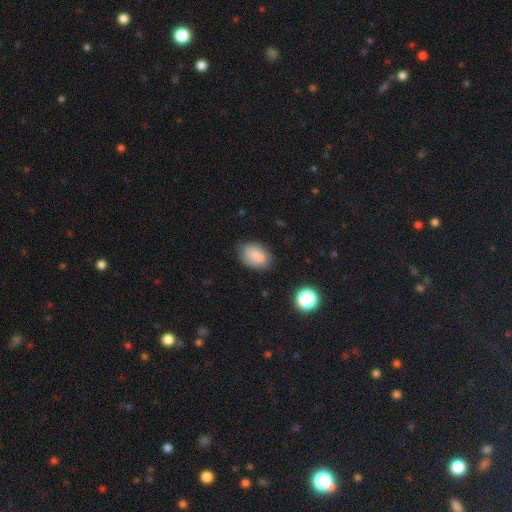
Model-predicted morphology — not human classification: The model was most divided on "merging": none: 65%, minor disturbance: 22%, merger: 8%, major disturbance: 5%. More confident: smooth or featured — smooth (80%); how rounded — in between (78%).